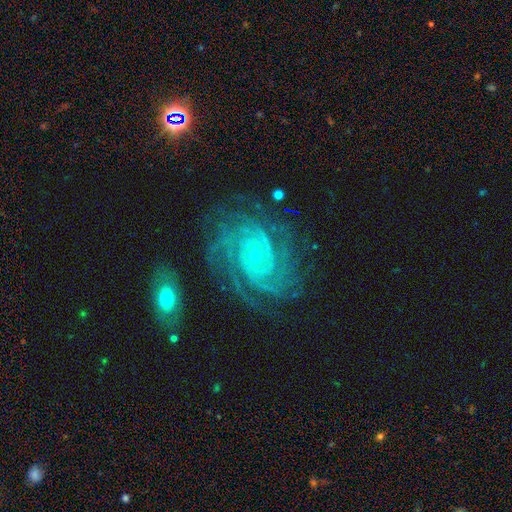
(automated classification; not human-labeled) featured or disk 91%, star or artifact 6%, smooth 3%. Down the decision tree: edge-on disk — no (97%); bar — no (67%); spiral arms — yes (98%); spiral arm count — 2 (26%); spiral winding — tight (80%); bulge size — small (82%); merging — none (75%).